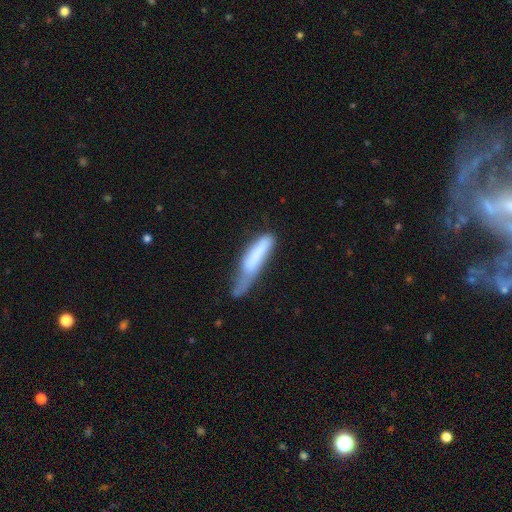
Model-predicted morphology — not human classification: smooth 69%, featured or disk 23%, star or artifact 7%. Down the decision tree: how rounded — cigar-shaped (81%); merging — minor disturbance (39%).